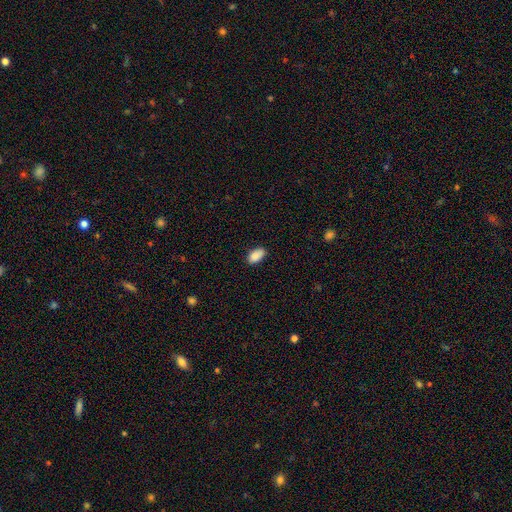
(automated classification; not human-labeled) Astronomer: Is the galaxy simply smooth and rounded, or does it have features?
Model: smooth — 89%.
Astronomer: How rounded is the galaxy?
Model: in between — 93%.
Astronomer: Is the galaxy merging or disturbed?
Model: none — 83%.